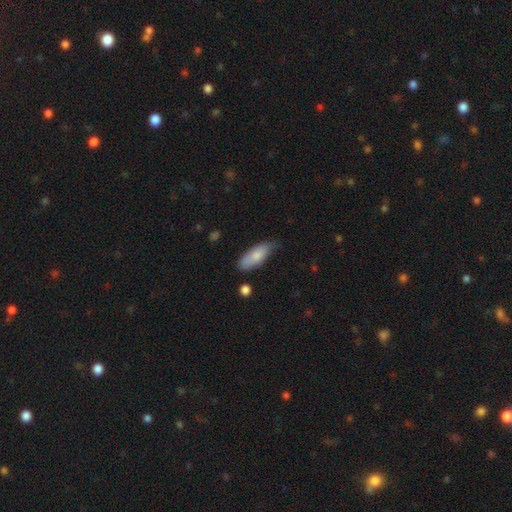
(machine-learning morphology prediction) Smooth or featured? Predicted: smooth (p=0.81). How rounded? Predicted: in between (p=0.79). Merging? Predicted: none (p=0.64).